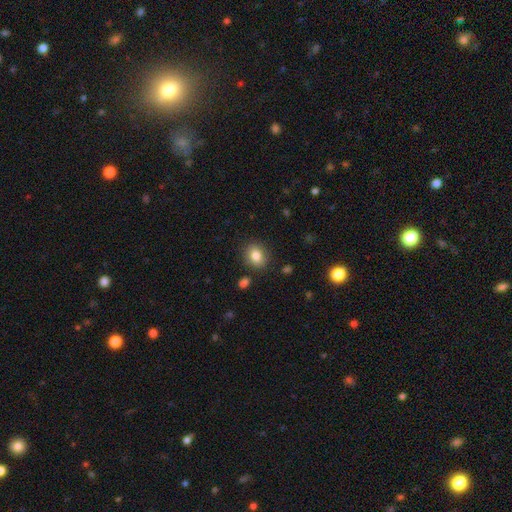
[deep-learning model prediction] smooth-or-featured: smooth: 82% | star or artifact: 10% | featured or disk: 8%
  how-rounded: round: 59% | in between: 40% | cigar-shaped: 1%
  merging: none: 85% | minor disturbance: 10% | major disturbance: 3% | merger: 2%